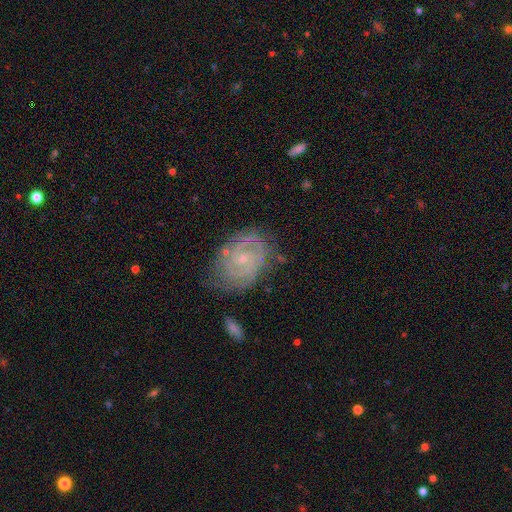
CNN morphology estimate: Overall: featured or disk (84%). Edge-on disk: no (97%). Bar: no (58%; weak 35%). Spiral arms: yes (96%). Spiral arm count: 2 (60%). Spiral winding: tight (67%; medium 28%). Bulge size: small (77%). Merging: none (73%).